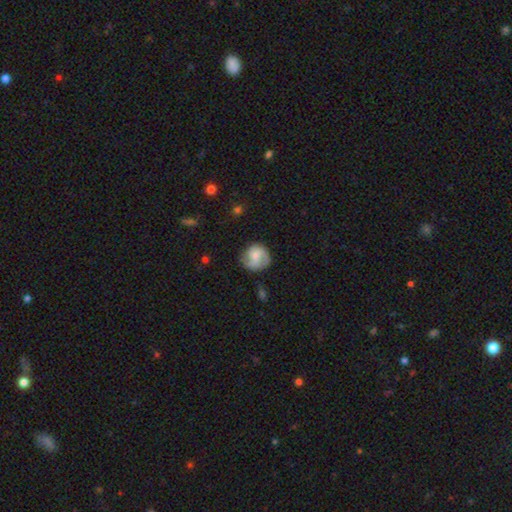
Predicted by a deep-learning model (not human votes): A featured or disk galaxy (50%).

Vote fractions:
- Smooth or featured? featured or disk: 50% / smooth: 43% / star or artifact: 7%
- Edge-on disk? no: 97% / yes: 3%
- Merging? none: 70% / minor disturbance: 21% / major disturbance: 7% / merger: 2%